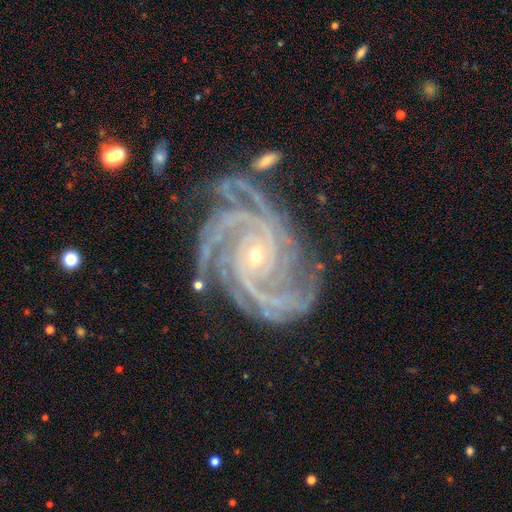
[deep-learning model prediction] This is clearly a featured or disk galaxy (93%). It is clearly not viewed edge-on (98%). Bar: likely no (66%). Spiral arm pattern: clearly yes (99%). Spiral arm count: marginally 4 (37%). Spiral winding: likely tight (73%). Central bulge: clearly small (81%). Merging: likely none (72%).